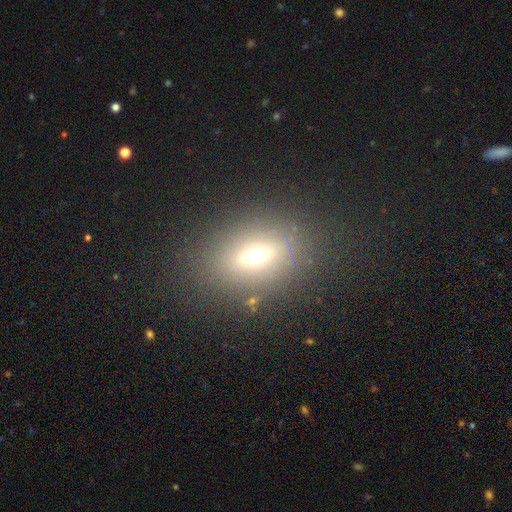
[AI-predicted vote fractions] A smooth galaxy with no disk features (54%) that is in between round and cigar-shaped (73%).

Vote fractions:
- Smooth or featured? smooth: 54% / featured or disk: 28% / star or artifact: 18%
- How rounded? in between: 73% / round: 17% / cigar-shaped: 10%
- Merging? none: 83% / minor disturbance: 10% / major disturbance: 5% / merger: 2%